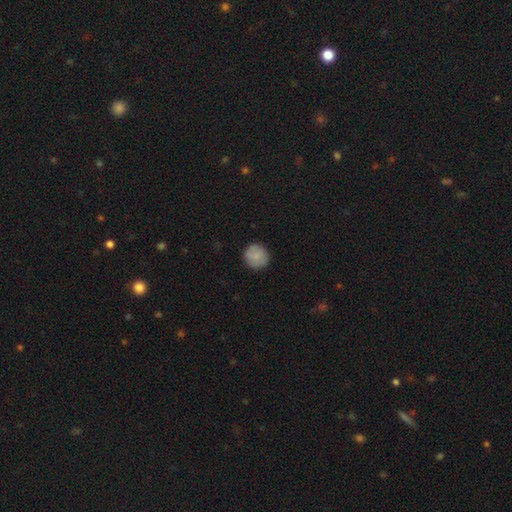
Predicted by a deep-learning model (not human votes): This appears to be a smooth galaxy with no disk features (82%) that is round (92%). Merging: none (85%).